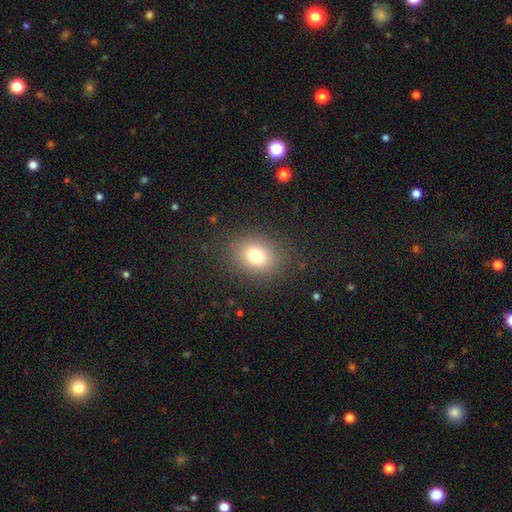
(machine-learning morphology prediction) smooth-or-featured: smooth: 76% | star or artifact: 14% | featured or disk: 10%
  how-rounded: round: 53% | in between: 46% | cigar-shaped: 1%
  merging: none: 85% | minor disturbance: 9% | major disturbance: 5% | merger: 1%